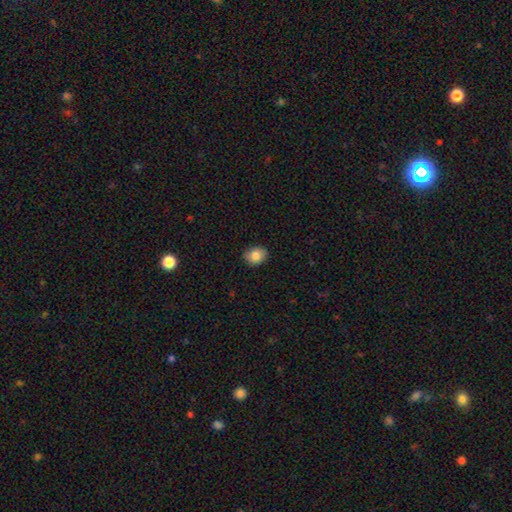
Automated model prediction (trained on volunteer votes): smooth-or-featured: smooth: 84% | star or artifact: 8% | featured or disk: 7%
  how-rounded: in between: 52% | round: 47% | cigar-shaped: 1%
  merging: none: 86% | minor disturbance: 11% | major disturbance: 2% | merger: 1%